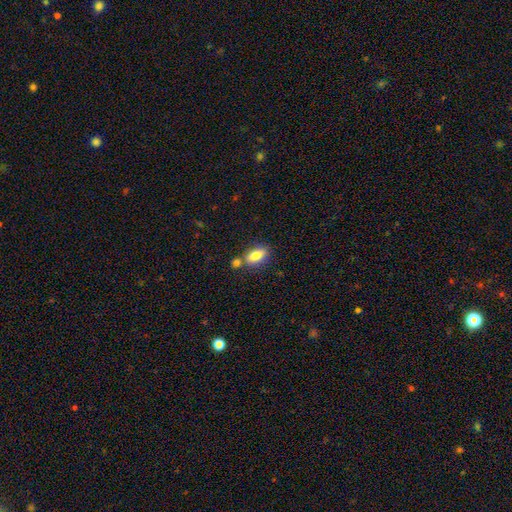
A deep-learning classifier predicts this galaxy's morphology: smooth-or-featured: smooth: 79% | featured or disk: 14% | star or artifact: 8%
  how-rounded: in between: 87% | cigar-shaped: 7% | round: 6%
  merging: none: 65% | merger: 20% | minor disturbance: 12% | major disturbance: 3%